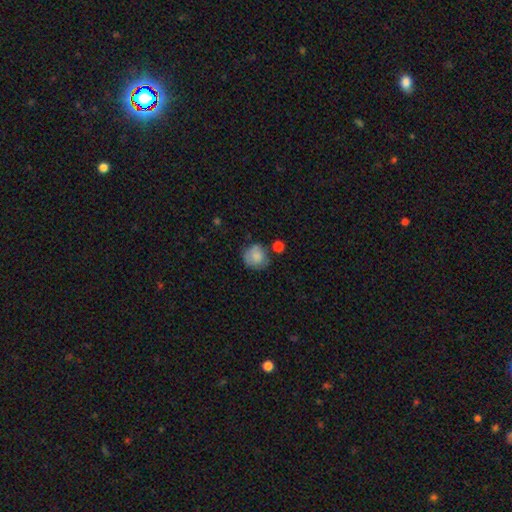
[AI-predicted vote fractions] smooth-or-featured: smooth: 79% | featured or disk: 13% | star or artifact: 8%
  how-rounded: round: 84% | in between: 15% | cigar-shaped: 1%
  merging: none: 60% | minor disturbance: 25% | major disturbance: 8% | merger: 8%